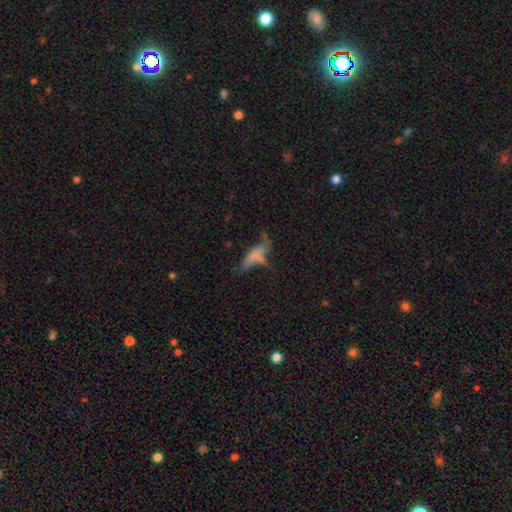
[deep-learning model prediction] The model was most divided on "merging": none: 35%, merger: 23%, major disturbance: 22%, minor disturbance: 20%. More confident: smooth or featured — smooth (60%); how rounded — cigar-shaped (55%).